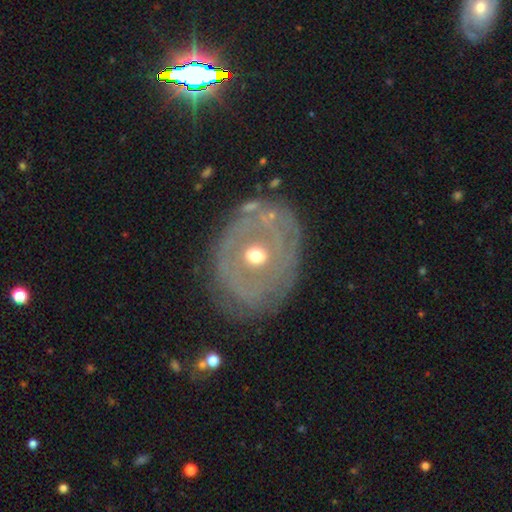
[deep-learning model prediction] Smooth or featured: featured or disk — 73% (smooth — 20%)
Edge-on disk: no — 96% (yes — 4%)
Bar: no — 70% (weak — 22%)
Spiral arms: yes — 51% (no — 49%)
Bulge size: moderate — 63% (small — 30%)
Merging: none — 67% (minor disturbance — 18%)